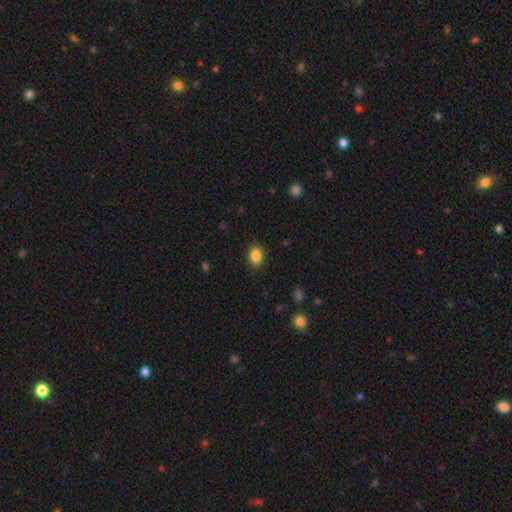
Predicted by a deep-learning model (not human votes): The model was most divided on "how rounded": in between: 55%, round: 44%, cigar-shaped: 1%. More confident: merging — none (87%); smooth or featured — smooth (86%).